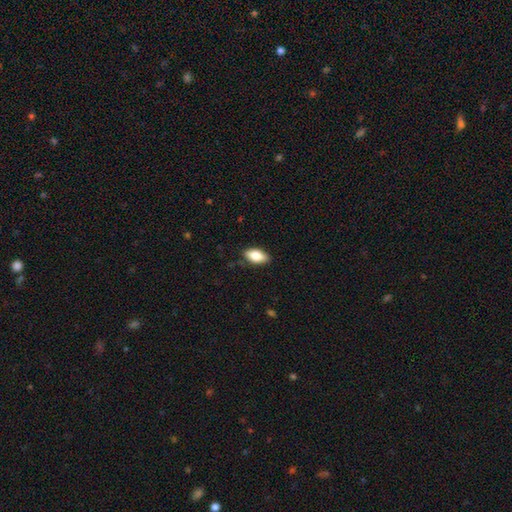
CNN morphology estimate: This is clearly a smooth galaxy (80%). How rounded: clearly in between (88%). Merging: clearly none (83%).